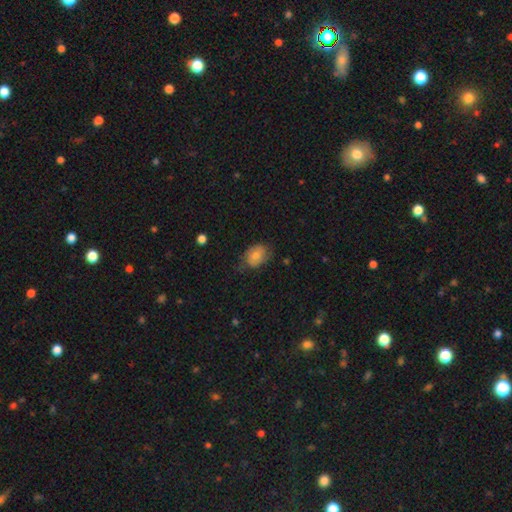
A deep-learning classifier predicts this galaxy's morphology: smooth_or_featured: smooth (p=0.65) [alt: featured or disk p=0.27]
how_rounded: in between (p=0.73) [alt: round p=0.26]
merging: none (p=0.57) [alt: minor disturbance p=0.30]